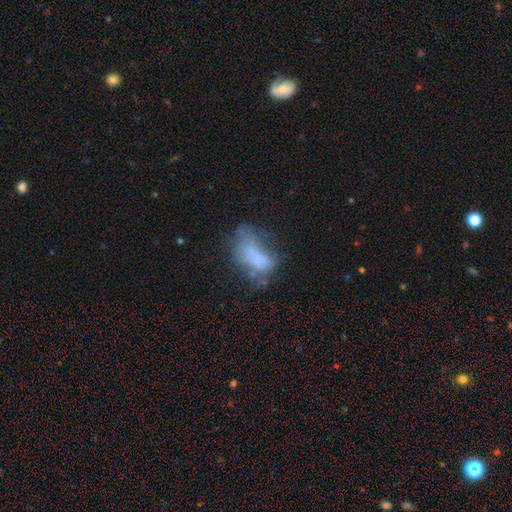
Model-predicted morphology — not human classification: type=smooth (56%); roundness=in between (88%); merging=major disturbance (38%).